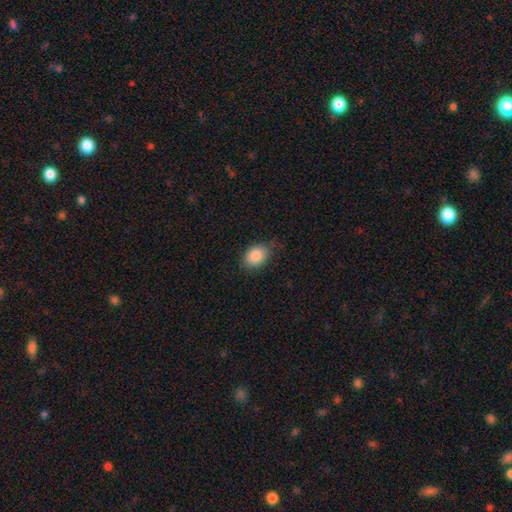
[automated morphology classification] smooth_or_featured: smooth (p=0.87) [alt: star or artifact p=0.08]
how_rounded: in between (p=0.72) [alt: round p=0.27]
merging: none (p=0.74) [alt: minor disturbance p=0.20]